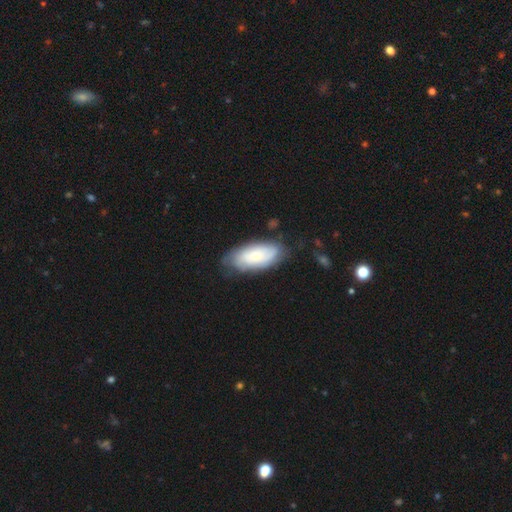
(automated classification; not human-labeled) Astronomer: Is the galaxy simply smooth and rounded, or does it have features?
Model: smooth — 47%, tied with featured or disk at 47%.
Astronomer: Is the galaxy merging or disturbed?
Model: none — 72%.